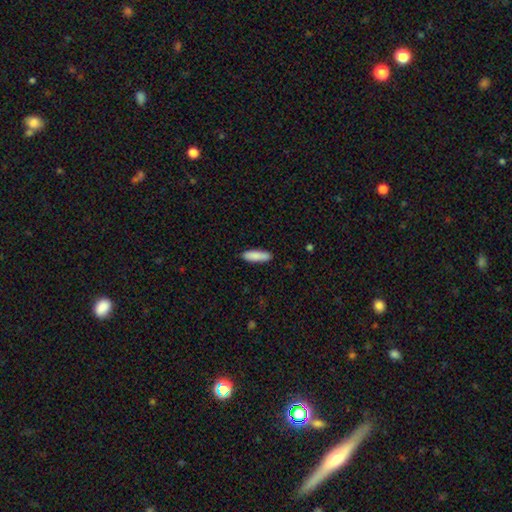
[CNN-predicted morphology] Smooth or featured? Predicted: smooth (p=0.88). How rounded? Predicted: cigar-shaped (p=0.58). Merging? Predicted: none (p=0.88).